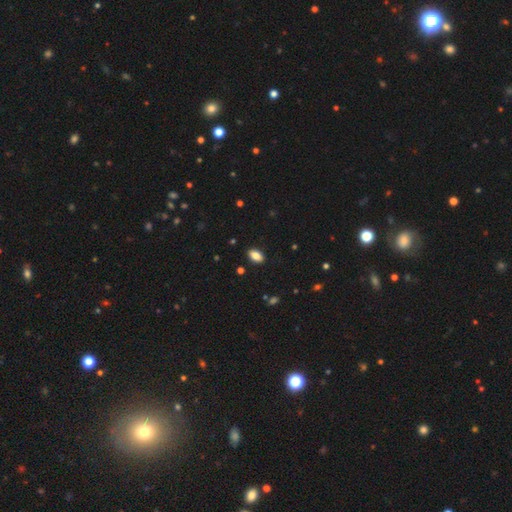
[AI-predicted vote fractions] Smooth or featured?
  - smooth: 85% *
  - star or artifact: 9%
  - featured or disk: 6%
How rounded?
  - in between: 91% *
  - round: 6%
  - cigar-shaped: 3%
Merging?
  - none: 89% *
  - minor disturbance: 8%
  - major disturbance: 2%
  - merger: 1%